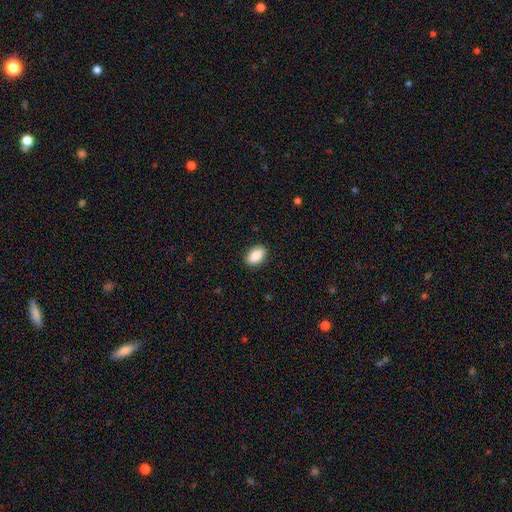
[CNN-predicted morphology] Smooth or featured? smooth (88%)
How rounded? in between (91%)
Merging? none (89%)